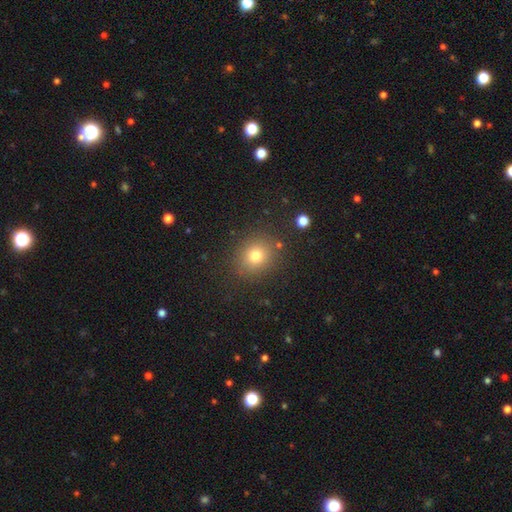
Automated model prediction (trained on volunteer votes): smooth-or-featured: smooth: 76% | star or artifact: 15% | featured or disk: 9%
  how-rounded: round: 77% | in between: 22% | cigar-shaped: 1%
  merging: none: 85% | minor disturbance: 9% | major disturbance: 4% | merger: 3%